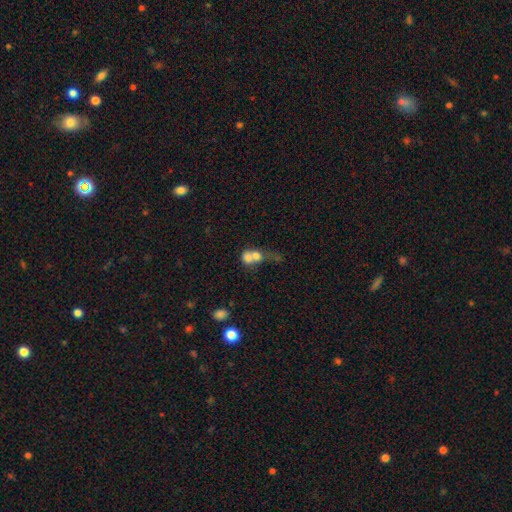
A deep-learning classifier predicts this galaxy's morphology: A smooth galaxy with no disk features (68%) that is round (61%). Merging: merger (73%).